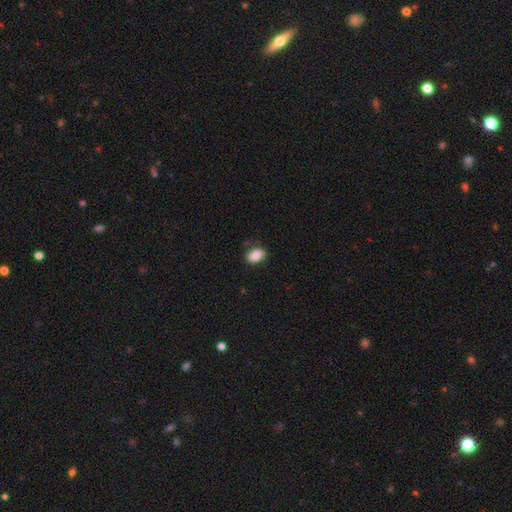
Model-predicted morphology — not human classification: Q: Smooth or featured?
A: smooth (82%); runner-up: featured or disk (10%)
Q: How rounded?
A: in between (81%); runner-up: round (17%)
Q: Merging?
A: none (76%); runner-up: minor disturbance (18%)